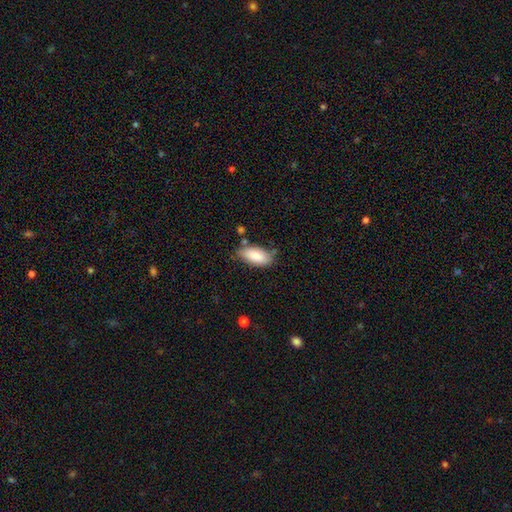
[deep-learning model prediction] Smooth or featured: smooth — 85% (featured or disk — 9%)
How rounded: in between — 89% (cigar-shaped — 9%)
Merging: none — 72% (minor disturbance — 19%)